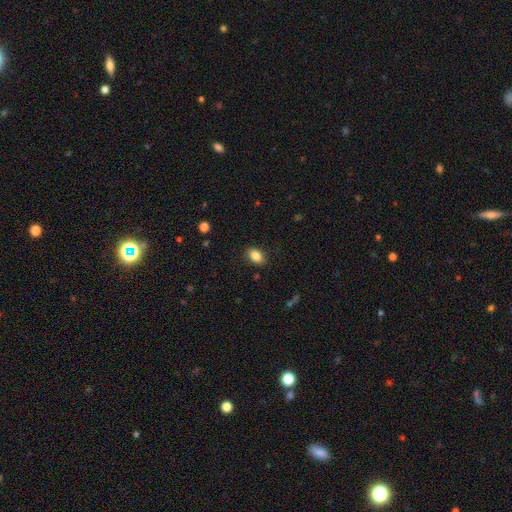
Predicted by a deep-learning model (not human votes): Q: Smooth or featured?
A: smooth (86%); runner-up: star or artifact (8%)
Q: How rounded?
A: in between (83%); runner-up: round (16%)
Q: Merging?
A: none (86%); runner-up: minor disturbance (10%)